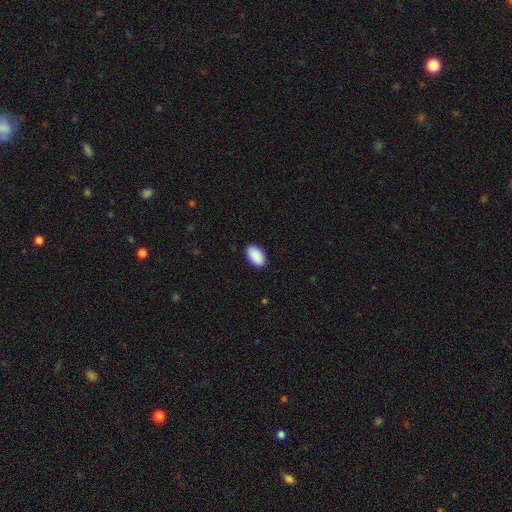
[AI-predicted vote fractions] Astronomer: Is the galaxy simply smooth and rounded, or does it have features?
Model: smooth — 91%.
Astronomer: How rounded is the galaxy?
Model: in between — 95%.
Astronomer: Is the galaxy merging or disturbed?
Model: none — 89%.